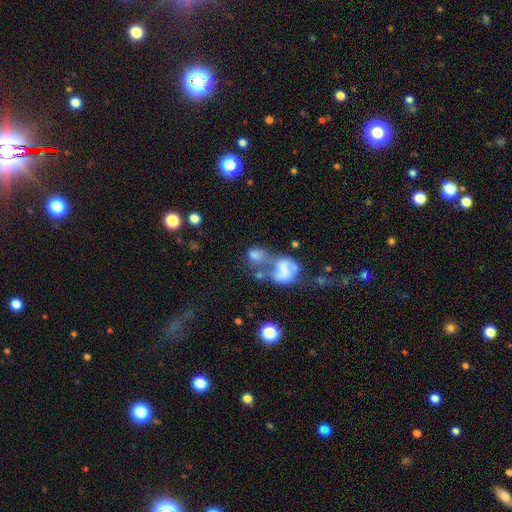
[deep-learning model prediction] smooth-or-featured: smooth: 63% | featured or disk: 24% | star or artifact: 13%
  how-rounded: in between: 52% | round: 46% | cigar-shaped: 2%
  merging: merger: 56% | none: 19% | major disturbance: 15% | minor disturbance: 9%